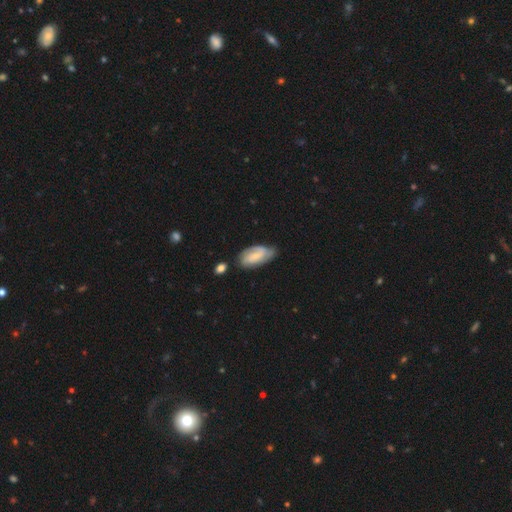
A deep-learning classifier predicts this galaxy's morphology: Smooth or featured?
  - featured or disk: 60% *
  - smooth: 34%
  - star or artifact: 6%
Edge-on disk?
  - no: 94% *
  - yes: 6%
Bar?
  - no: 47% *
  - weak: 42%
  - strong: 11%
Spiral arms?
  - yes: 91% *
  - no: 9%
Spiral winding?
  - tight: 45% *
  - medium: 39%
  - loose: 16%
Spiral arm count?
  - 2: 57% *
  - can't tell: 23%
  - 3: 10%
  - 1: 6%
  - 4: 2%
  - more than 4: 2%
Bulge size?
  - small: 61% *
  - moderate: 25%
  - none: 10%
  - large: 2%
  - dominant: 1%
Merging?
  - none: 62% *
  - minor disturbance: 26%
  - major disturbance: 7%
  - merger: 5%